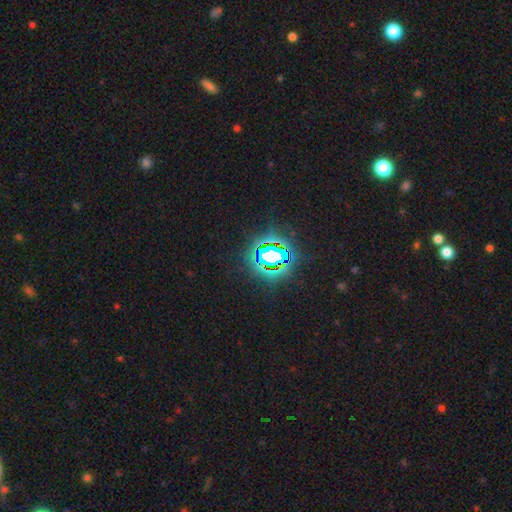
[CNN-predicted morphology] A star or artifact, not a galaxy (82%).

Vote fractions:
- Smooth or featured? star or artifact: 82% / smooth: 12% / featured or disk: 6%